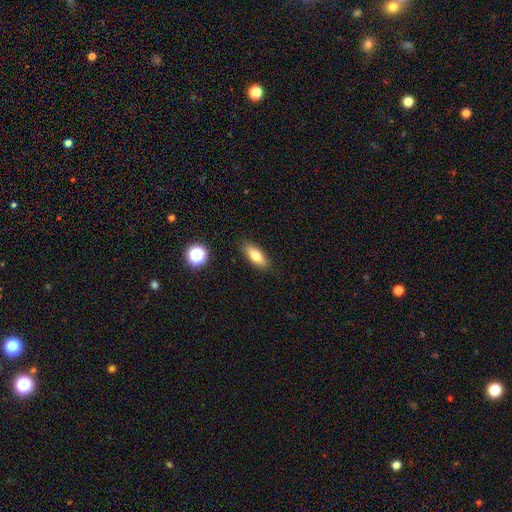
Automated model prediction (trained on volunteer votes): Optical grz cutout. It shows a smooth galaxy with no disk features (77%) that is in between round and cigar-shaped (70%). Merging: none (88%).